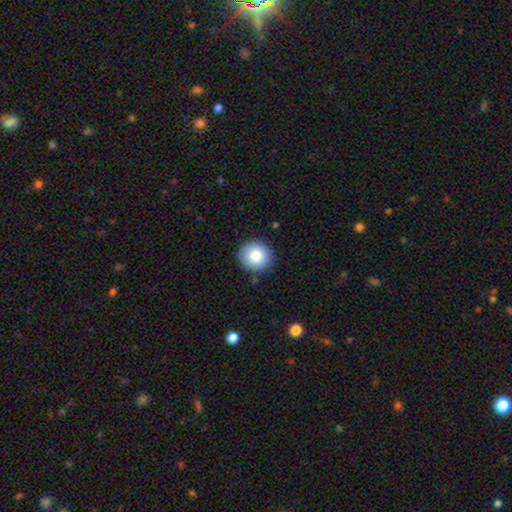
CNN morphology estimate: type=smooth (82%); roundness=round (88%); merging=none (88%).